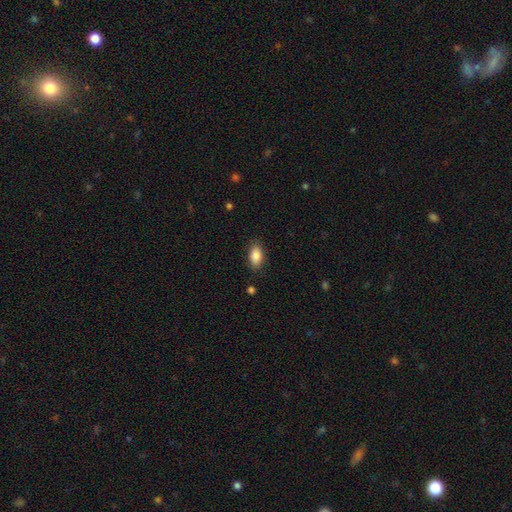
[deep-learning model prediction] A smooth galaxy with no disk features (87%) that is in between round and cigar-shaped (91%). Merging: none (85%).